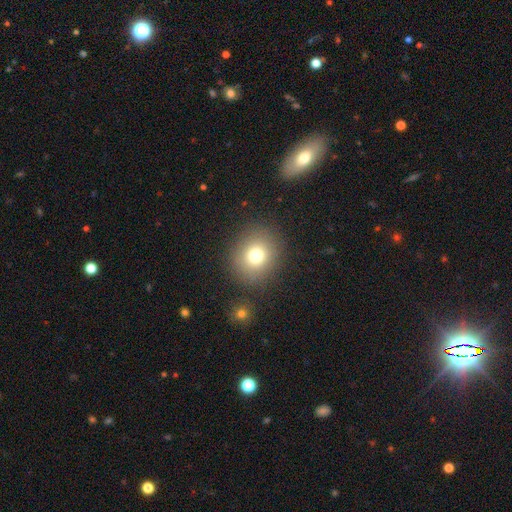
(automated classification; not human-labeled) smooth_or_featured: smooth (p=0.75) [alt: star or artifact p=0.14]
how_rounded: round (p=0.78) [alt: in between p=0.21]
merging: none (p=0.86) [alt: minor disturbance p=0.08]